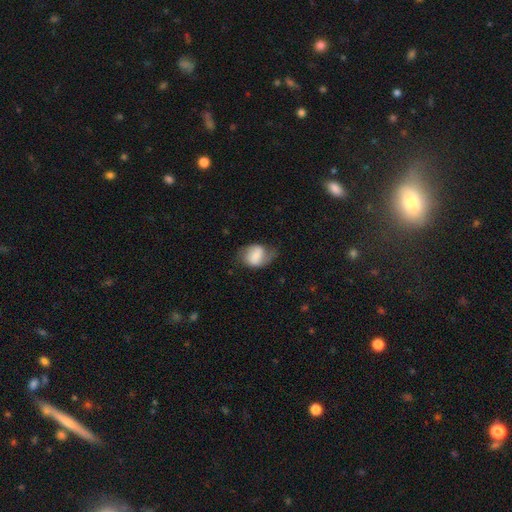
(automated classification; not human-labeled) Morphology: type=smooth (53%); roundness=in between (66%); merging=none (49%).